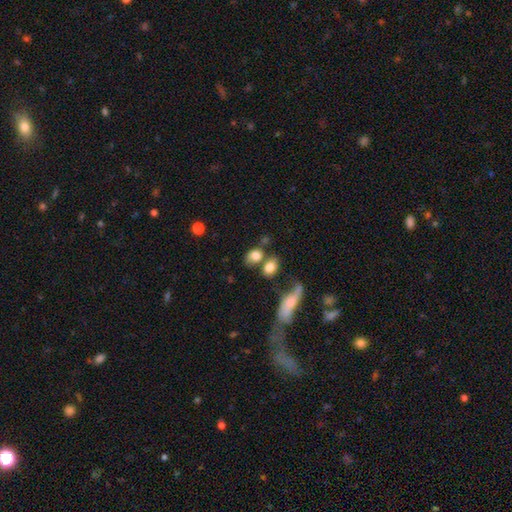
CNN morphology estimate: A smooth galaxy with no disk features (79%) that is in between round and cigar-shaped (67%). Merging: none (45%).